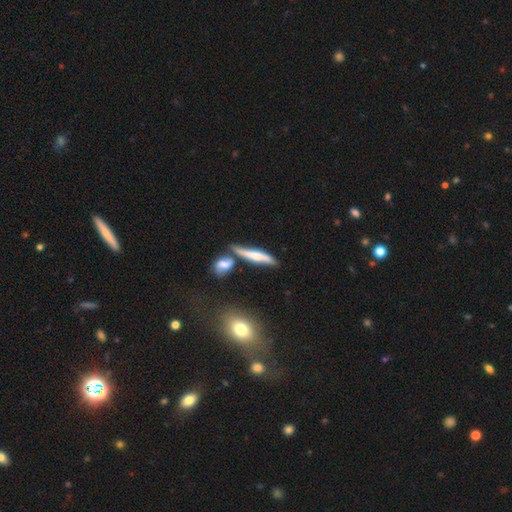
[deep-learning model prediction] featured or disk 51%, smooth 42%, star or artifact 7%. Down the decision tree: edge-on disk — yes (80%); merging — none (55%).